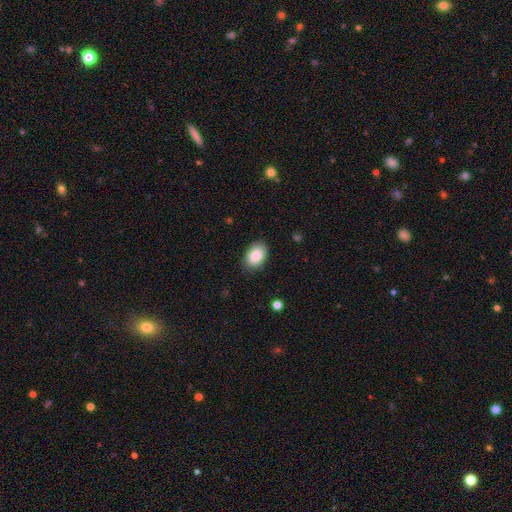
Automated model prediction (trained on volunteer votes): A smooth galaxy with no disk features (87%) that is in between round and cigar-shaped (87%). Merging: none (81%).